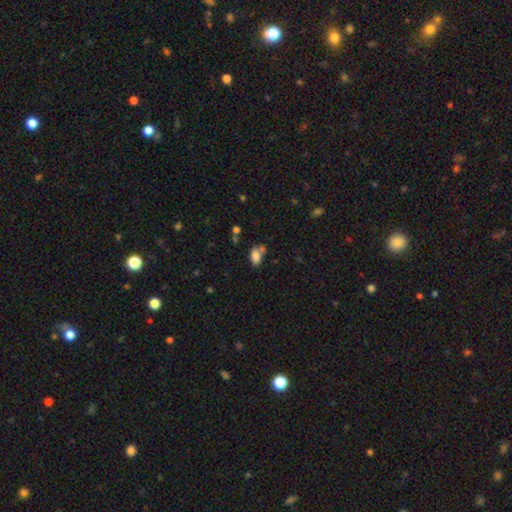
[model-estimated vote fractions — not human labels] smooth 82%, star or artifact 11%, featured or disk 8%. Down the decision tree: how rounded — in between (91%); merging — none (50%).